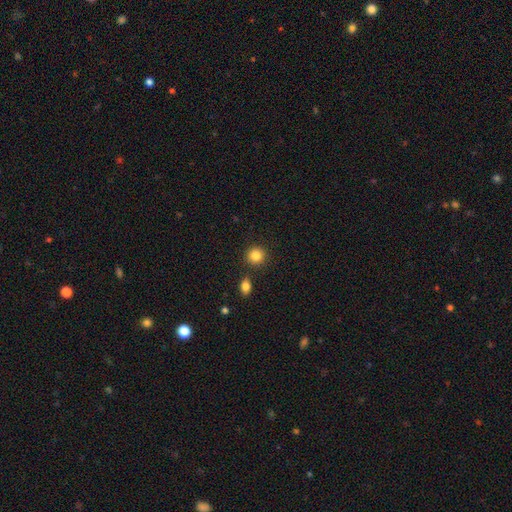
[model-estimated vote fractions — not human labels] Smooth or featured? Predicted: smooth (p=0.85). How rounded? Predicted: round (p=0.90). Merging? Predicted: none (p=0.86).